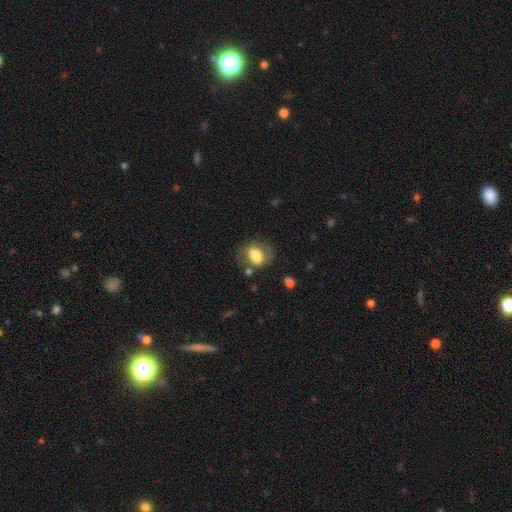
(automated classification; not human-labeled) This appears to be a smooth galaxy with no disk features (69%) that is in between round and cigar-shaped (76%). Merging: none (59%).